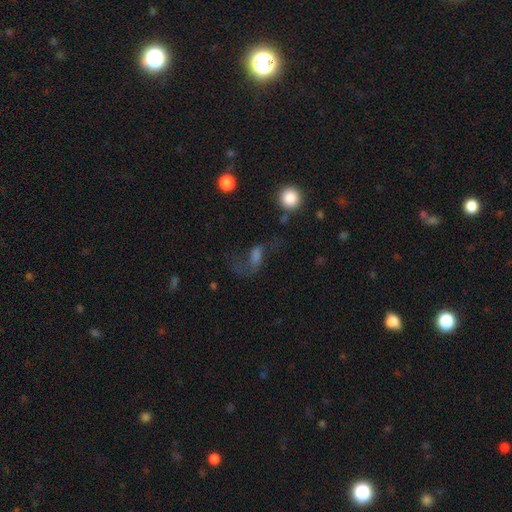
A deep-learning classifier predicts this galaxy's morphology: smooth-or-featured: smooth: 42% | featured or disk: 36% | star or artifact: 21%
  merging: none: 39% | major disturbance: 37% | minor disturbance: 16% | merger: 8%